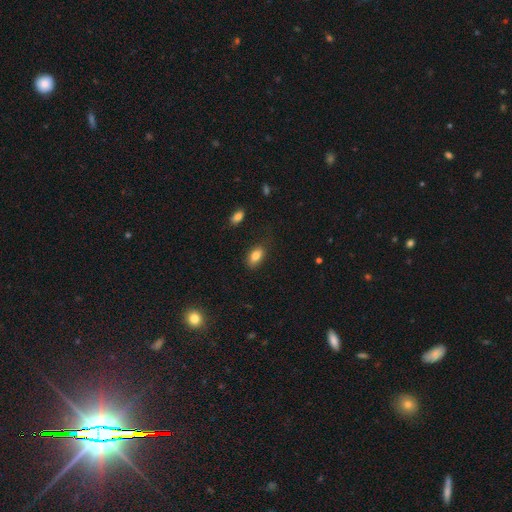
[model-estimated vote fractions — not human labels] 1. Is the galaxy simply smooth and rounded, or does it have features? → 83% smooth, 8% star or artifact, 8% featured or disk.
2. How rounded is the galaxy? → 90% in between, 7% round, 4% cigar-shaped.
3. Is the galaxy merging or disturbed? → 80% none, 15% minor disturbance, 4% major disturbance, 2% merger.